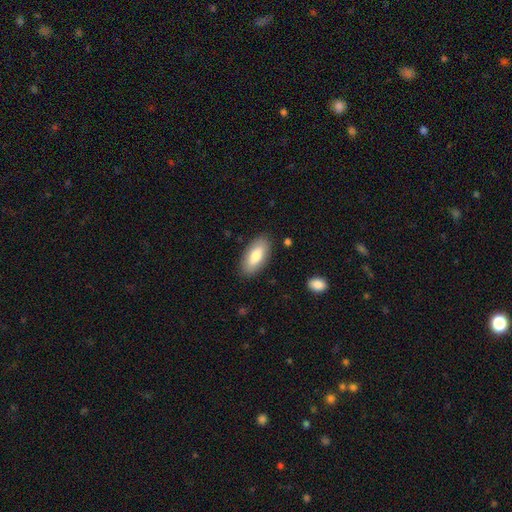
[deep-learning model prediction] Smooth or featured? Predicted: smooth (p=0.78). How rounded? Predicted: in between (p=0.89). Merging? Predicted: none (p=0.86).